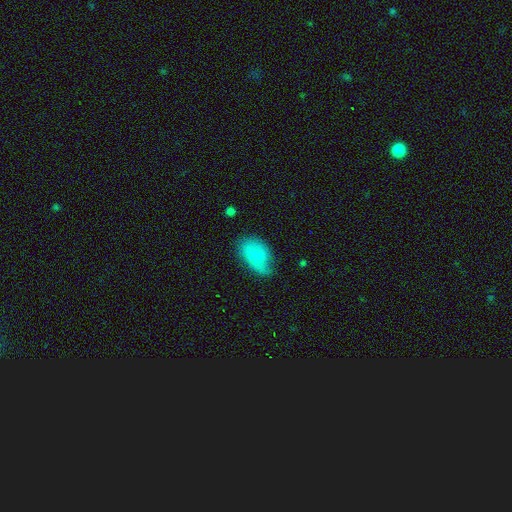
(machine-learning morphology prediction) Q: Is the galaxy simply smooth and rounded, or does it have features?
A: smooth — 68%.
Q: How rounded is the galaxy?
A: in between — 91%.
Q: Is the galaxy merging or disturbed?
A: none — 48%.